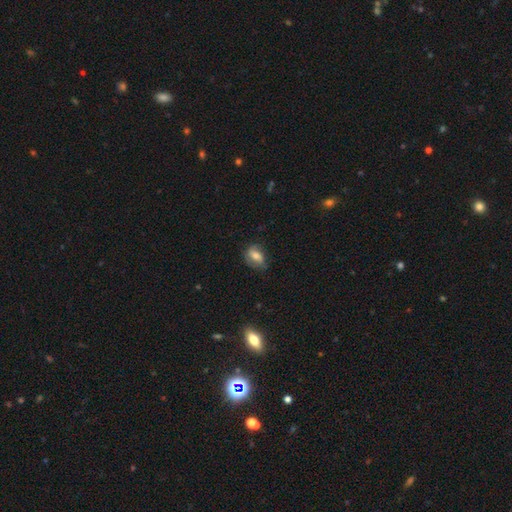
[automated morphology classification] Smooth or featured? Predicted: smooth (p=0.61). How rounded? Predicted: in between (p=0.74). Merging? Predicted: none (p=0.61).